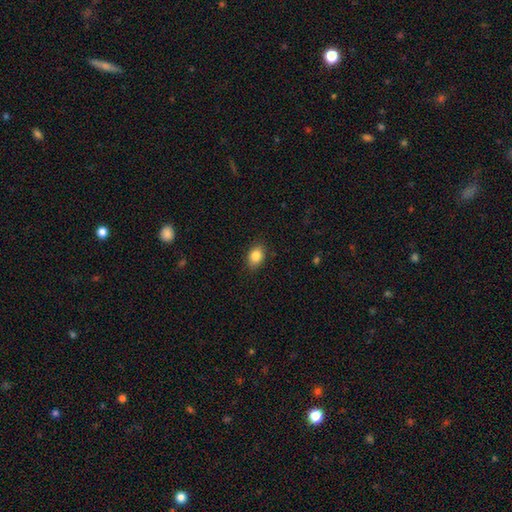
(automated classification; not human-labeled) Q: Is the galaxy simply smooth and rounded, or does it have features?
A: smooth — 84%.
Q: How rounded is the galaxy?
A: in between — 80%.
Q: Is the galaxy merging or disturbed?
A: none — 87%.